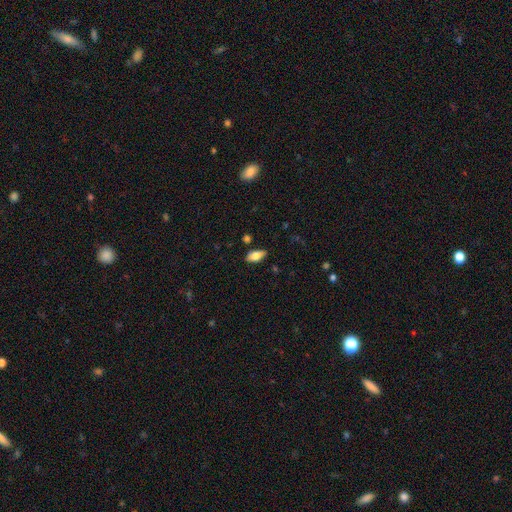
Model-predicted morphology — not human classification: Q: Smooth or featured?
A: smooth (72%); runner-up: featured or disk (21%)
Q: How rounded?
A: in between (87%); runner-up: cigar-shaped (10%)
Q: Merging?
A: none (81%); runner-up: minor disturbance (14%)